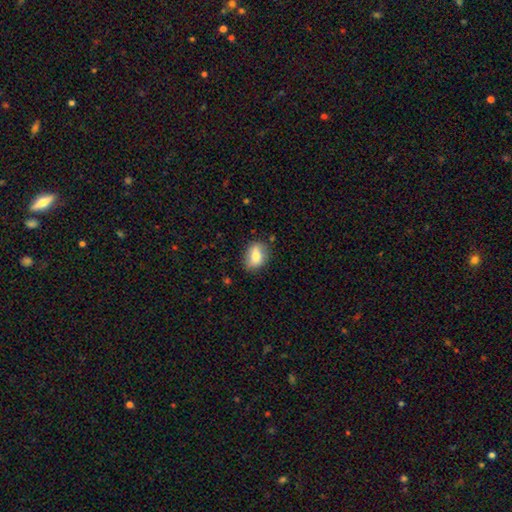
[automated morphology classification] smooth 75%, featured or disk 17%, star or artifact 8%. Down the decision tree: how rounded — in between (76%); merging — none (79%).